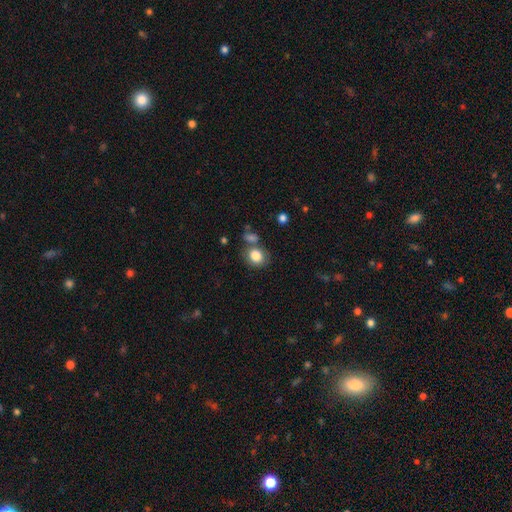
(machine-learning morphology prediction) Smooth or featured? smooth (83%)
How rounded? round (63%)
Merging? none (60%)